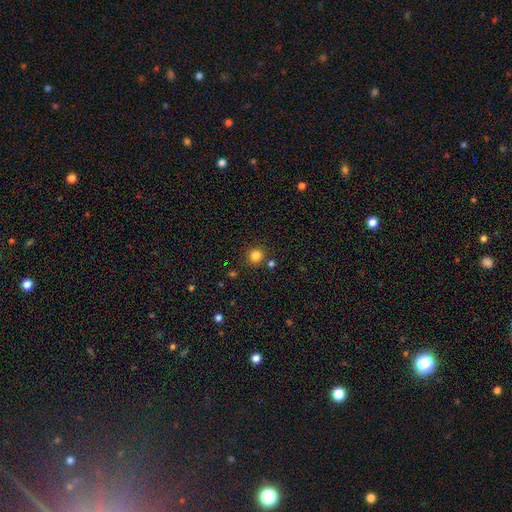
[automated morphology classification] Smooth or featured? Predicted: smooth (p=0.83). How rounded? Predicted: round (p=0.92). Merging? Predicted: none (p=0.84).